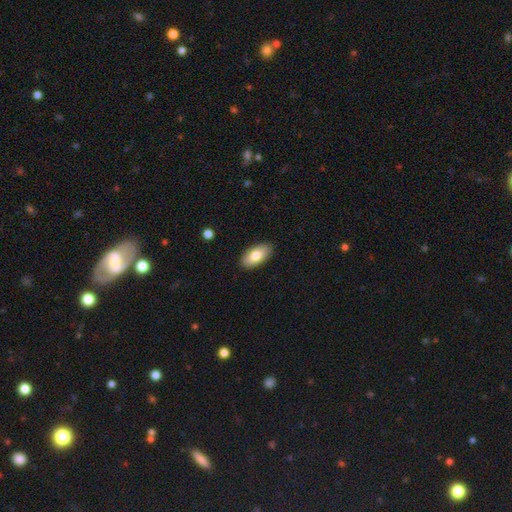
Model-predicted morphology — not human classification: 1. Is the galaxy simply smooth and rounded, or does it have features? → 80% smooth, 13% featured or disk, 6% star or artifact.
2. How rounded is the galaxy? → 93% in between, 4% cigar-shaped, 3% round.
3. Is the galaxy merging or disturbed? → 89% none, 8% minor disturbance, 2% major disturbance, 1% merger.